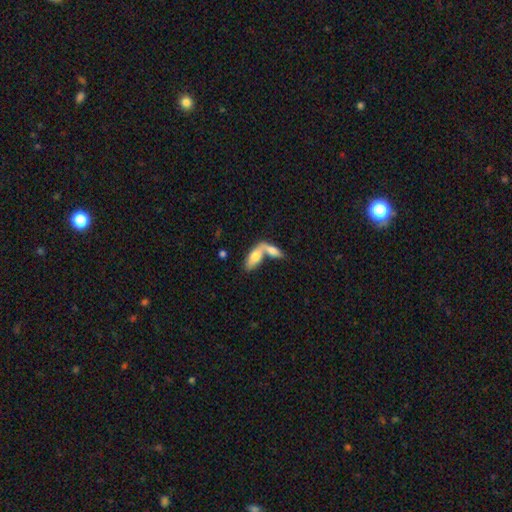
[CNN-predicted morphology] This is likely a smooth galaxy (70%). How rounded: likely in between (76%). Merging: likely merger (67%).